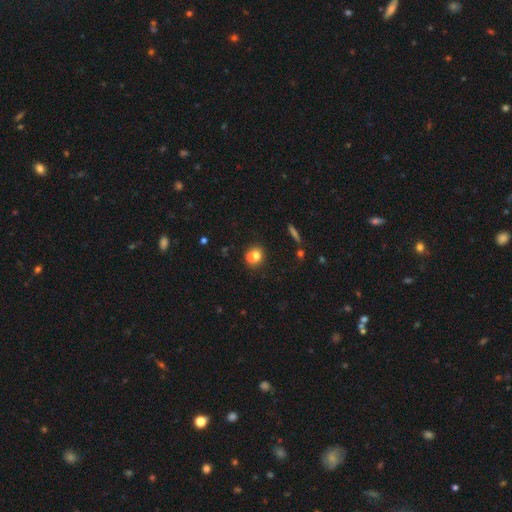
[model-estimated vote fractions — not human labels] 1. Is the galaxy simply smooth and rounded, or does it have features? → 65% smooth, 22% featured or disk, 13% star or artifact.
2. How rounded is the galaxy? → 70% round, 29% in between, 2% cigar-shaped.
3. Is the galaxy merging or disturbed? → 54% merger, 35% none, 7% minor disturbance, 3% major disturbance.